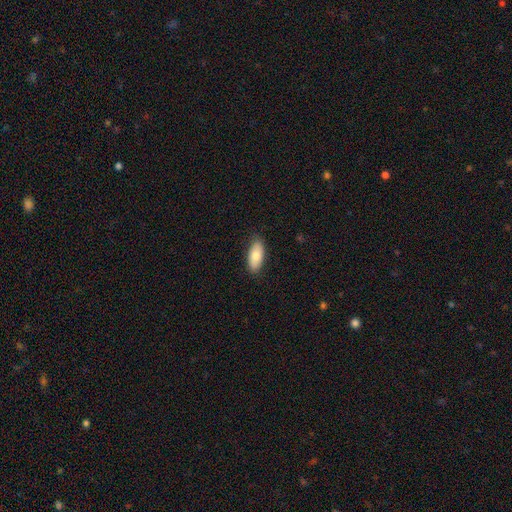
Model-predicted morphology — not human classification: The model was most divided on "smooth or featured": smooth: 79%, featured or disk: 15%, star or artifact: 6%. More confident: how rounded — in between (86%); merging — none (86%).